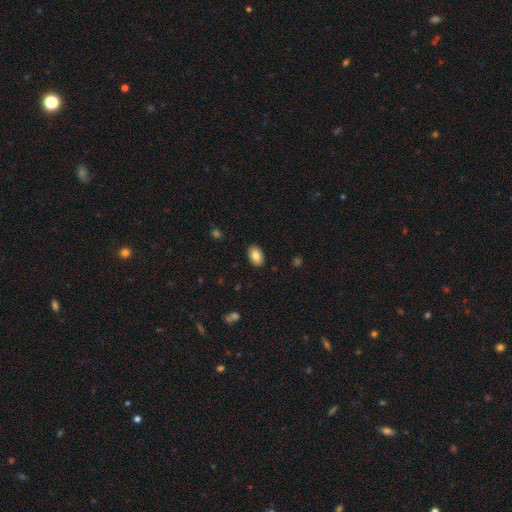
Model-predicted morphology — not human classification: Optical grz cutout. It shows a smooth galaxy with no disk features (83%) that is in between round and cigar-shaped (90%). Merging: none (89%).